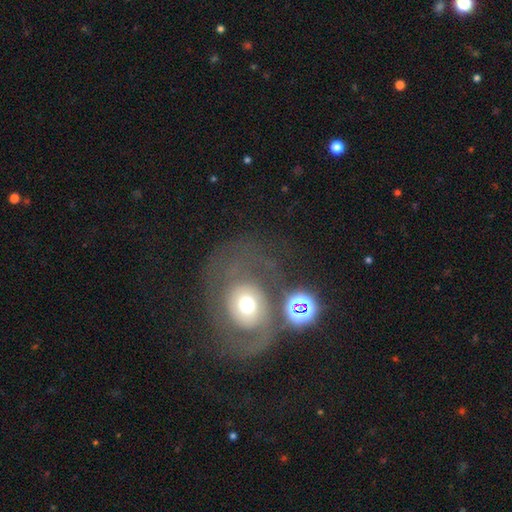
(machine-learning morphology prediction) Smooth or featured: featured or disk — 74% (smooth — 15%)
Edge-on disk: no — 97% (yes — 3%)
Bar: no — 71% (weak — 21%)
Spiral arms: yes — 79% (no — 21%)
Spiral winding: tight — 42% (medium — 41%)
Spiral arm count: 2 — 73% (can't tell — 14%)
Bulge size: moderate — 60% (small — 27%)
Merging: none — 54% (merger — 17%)